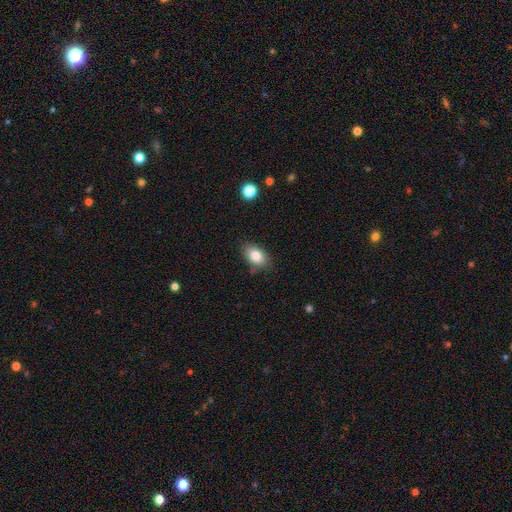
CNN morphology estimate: Smooth or featured?
  - smooth: 84% *
  - star or artifact: 8%
  - featured or disk: 8%
How rounded?
  - in between: 87% *
  - round: 11%
  - cigar-shaped: 2%
Merging?
  - none: 78% *
  - minor disturbance: 16%
  - major disturbance: 3%
  - merger: 2%